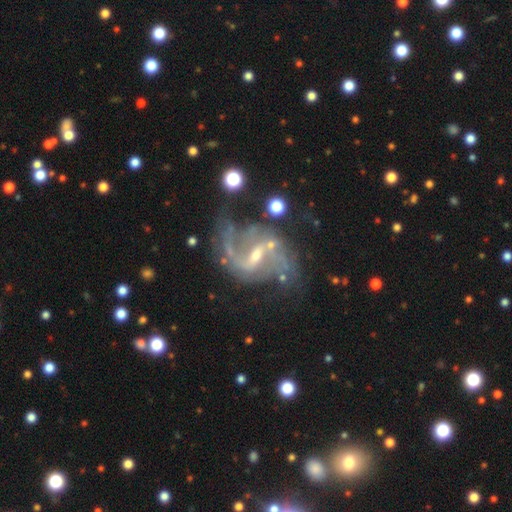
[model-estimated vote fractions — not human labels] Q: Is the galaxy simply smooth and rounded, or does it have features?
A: featured or disk — 89%.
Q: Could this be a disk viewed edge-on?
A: no — 98%.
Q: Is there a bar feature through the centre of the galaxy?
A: weak — 50%.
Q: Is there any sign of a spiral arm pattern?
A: yes — 96%.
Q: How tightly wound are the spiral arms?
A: loose — 54%.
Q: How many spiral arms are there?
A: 2 — 86%.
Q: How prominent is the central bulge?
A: small — 64%.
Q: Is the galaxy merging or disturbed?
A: none — 55%.